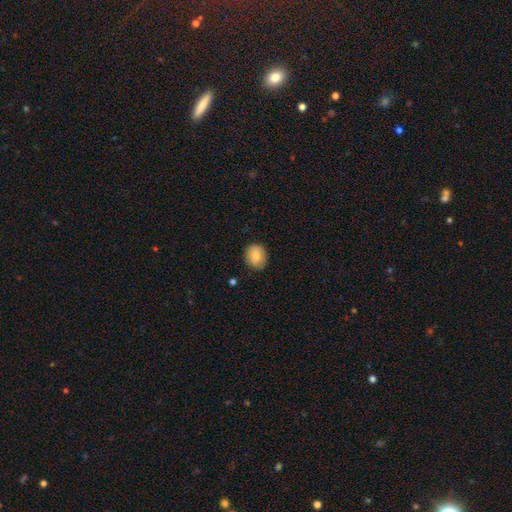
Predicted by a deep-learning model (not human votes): smooth_or_featured: smooth (p=0.78) [alt: featured or disk p=0.13]
how_rounded: round (p=0.67) [alt: in between p=0.32]
merging: none (p=0.84) [alt: minor disturbance p=0.12]